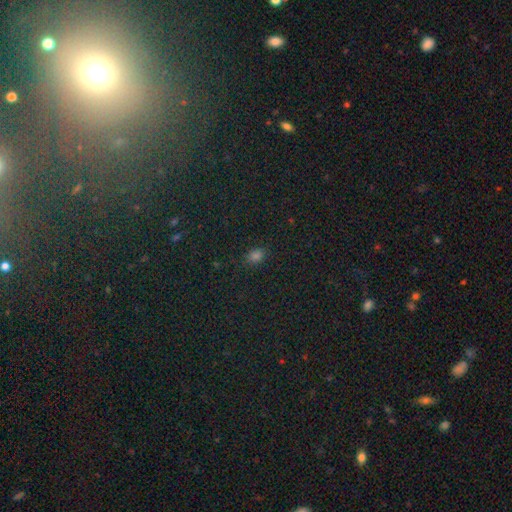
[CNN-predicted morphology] Overall: smooth (75%). How rounded: in between (68%; round 31%). Merging: none (83%).